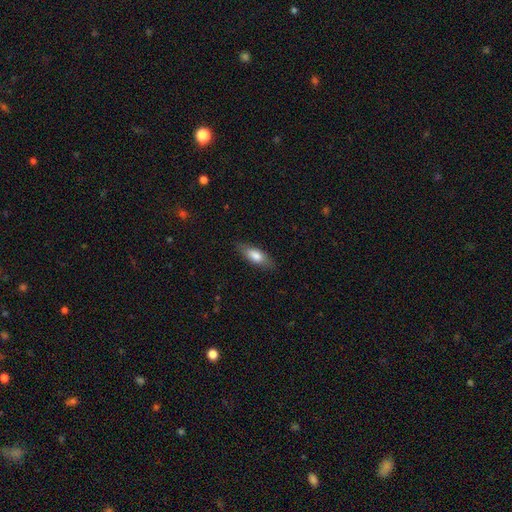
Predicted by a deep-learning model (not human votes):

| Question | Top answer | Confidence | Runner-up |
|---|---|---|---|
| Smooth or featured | smooth | 75% | featured or disk (19%) |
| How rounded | in between | 67% | cigar-shaped (31%) |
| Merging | none | 83% | minor disturbance (13%) |